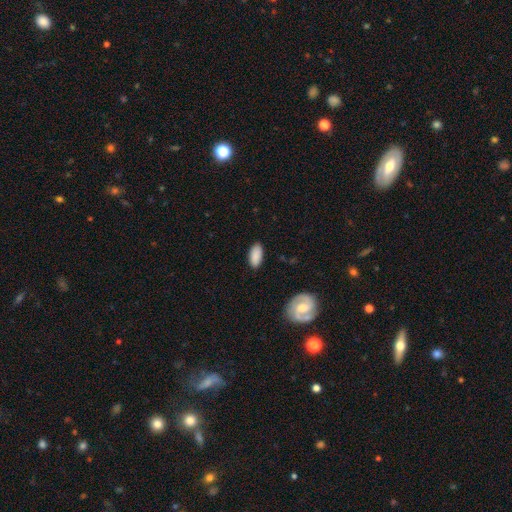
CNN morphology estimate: Smooth or featured: smooth — 88% (star or artifact — 6%)
How rounded: in between — 92% (cigar-shaped — 6%)
Merging: none — 86% (minor disturbance — 10%)